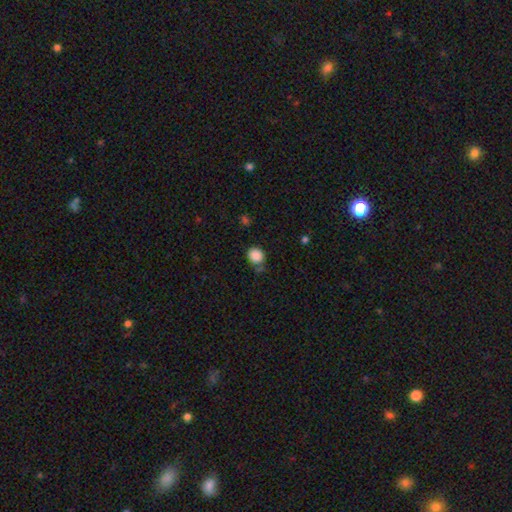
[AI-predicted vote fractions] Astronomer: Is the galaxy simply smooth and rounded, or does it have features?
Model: smooth — 87%.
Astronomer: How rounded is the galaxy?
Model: round — 74%.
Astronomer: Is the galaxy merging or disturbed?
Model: none — 70%.